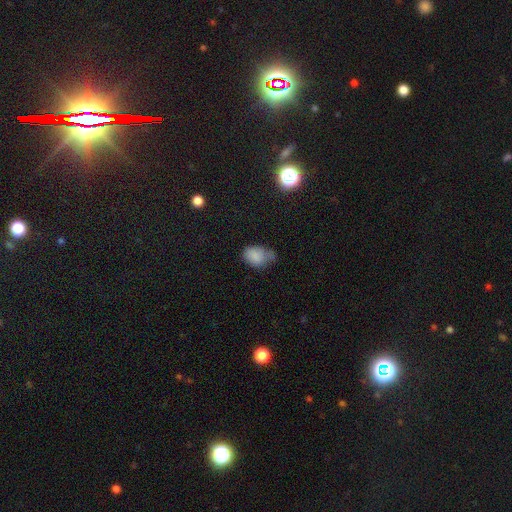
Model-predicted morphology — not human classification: A smooth galaxy with no disk features (82%) that is in between round and cigar-shaped (75%). Merging: minor disturbance (39%).